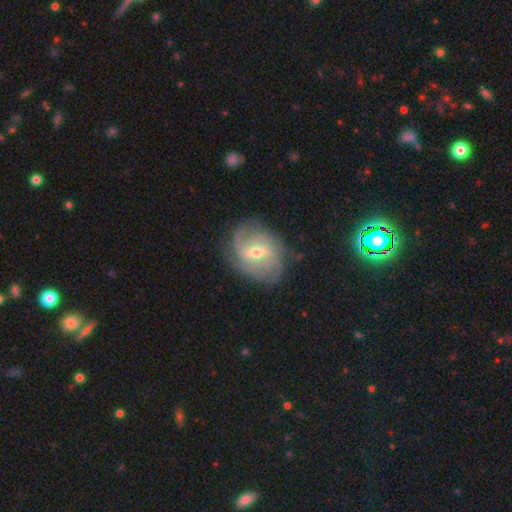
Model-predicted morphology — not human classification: This is possibly a featured or disk galaxy (59%). It is clearly not viewed edge-on (95%). Bar: marginally weak (44%). Spiral arm pattern: clearly yes (83%). Central bulge: possibly moderate (54%). Merging: clearly none (80%).